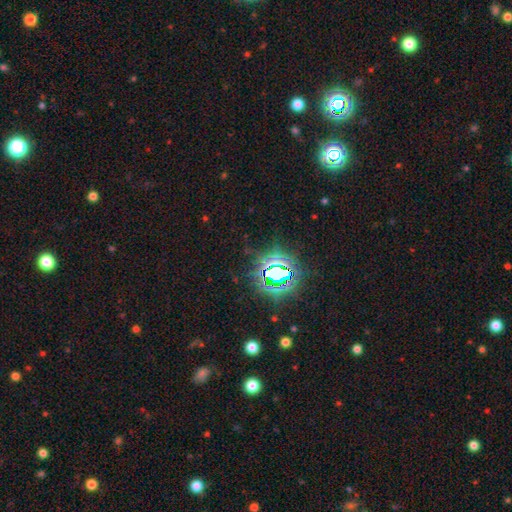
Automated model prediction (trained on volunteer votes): The model was most divided on "smooth or featured": star or artifact: 82%, smooth: 11%, featured or disk: 7%.